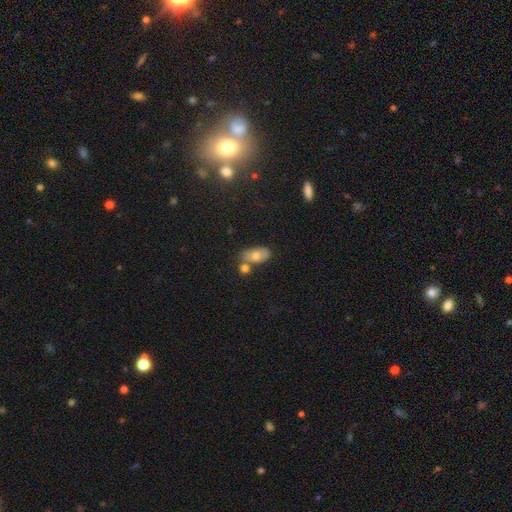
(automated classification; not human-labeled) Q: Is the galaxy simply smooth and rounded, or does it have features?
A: smooth — 69%.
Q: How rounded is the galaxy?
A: in between — 89%.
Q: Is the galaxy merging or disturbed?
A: none — 54%.